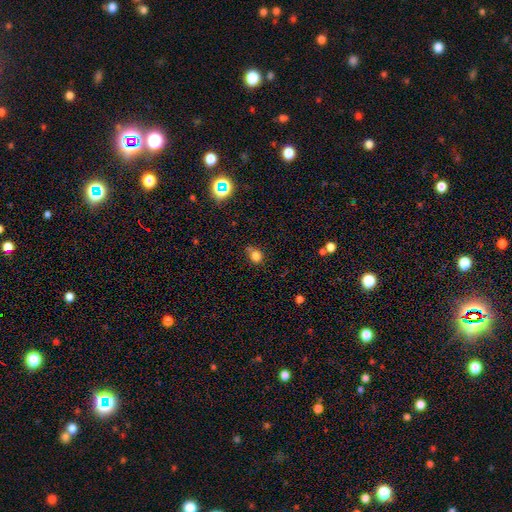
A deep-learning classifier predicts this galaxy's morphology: Overall: smooth (78%). How rounded: round (69%; in between 30%). Merging: none (56%; minor disturbance 23%).